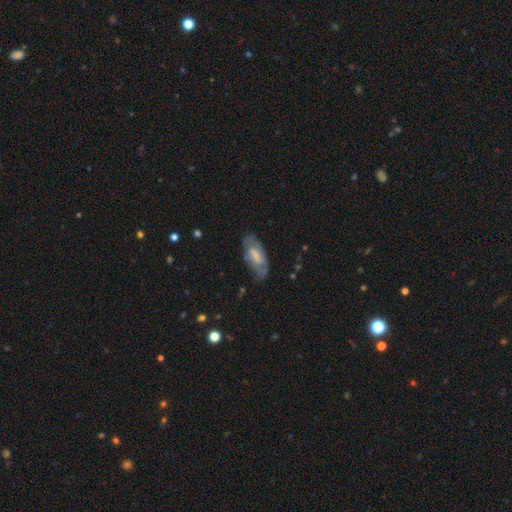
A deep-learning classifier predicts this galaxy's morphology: Smooth or featured? Predicted: smooth (p=0.50). How rounded? Predicted: in between (p=0.80). Merging? Predicted: none (p=0.65).